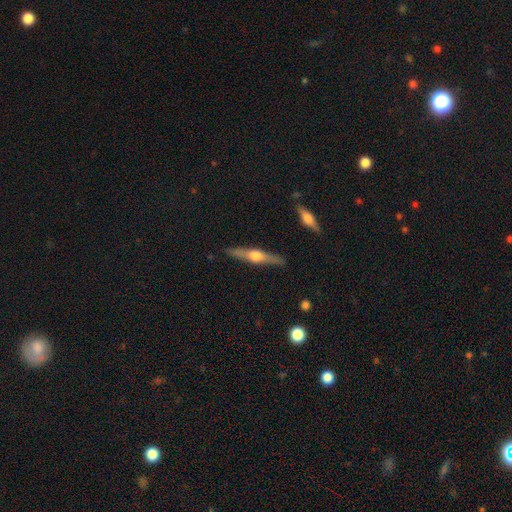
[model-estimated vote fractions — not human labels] The model was most divided on "smooth or featured": featured or disk: 73%, smooth: 22%, star or artifact: 5%. More confident: edge-on disk — yes (97%); edge-on bulge — rounded (94%); merging — none (89%).